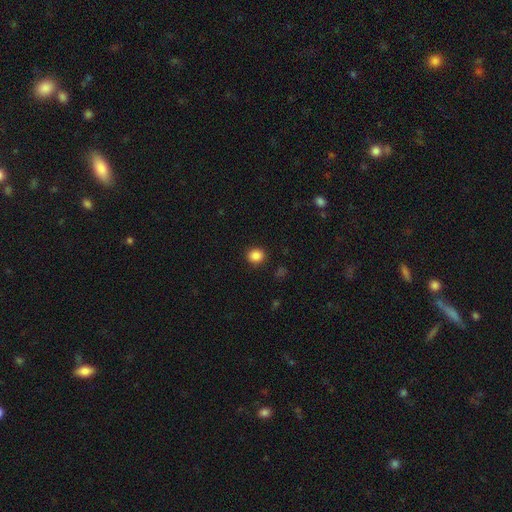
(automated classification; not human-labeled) Smooth or featured?
  - smooth: 87% *
  - star or artifact: 10%
  - featured or disk: 3%
How rounded?
  - round: 78% *
  - in between: 21%
  - cigar-shaped: 1%
Merging?
  - none: 90% *
  - minor disturbance: 6%
  - major disturbance: 2%
  - merger: 1%